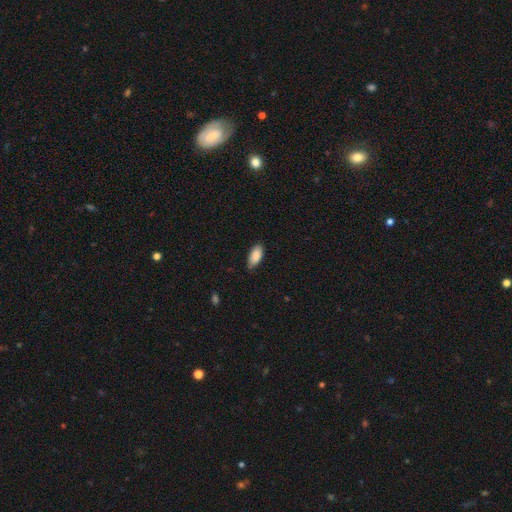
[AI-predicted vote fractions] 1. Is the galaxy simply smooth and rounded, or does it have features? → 88% smooth, 6% star or artifact, 6% featured or disk.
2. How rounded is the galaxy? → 90% in between, 9% cigar-shaped, 2% round.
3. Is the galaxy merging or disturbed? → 80% none, 17% minor disturbance, 2% major disturbance, 1% merger.